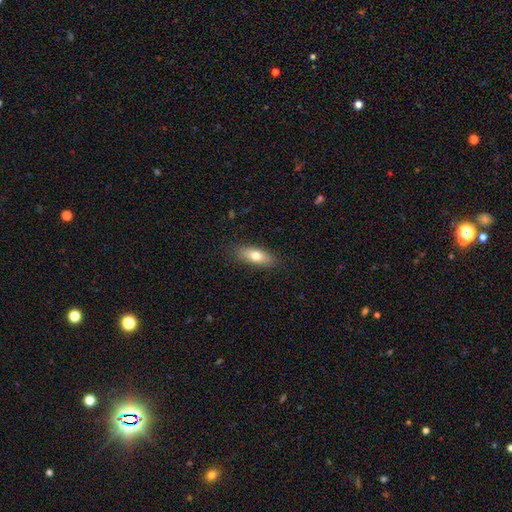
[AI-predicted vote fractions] A smooth galaxy with no disk features (73%) that is in between round and cigar-shaped (70%). Merging: none (86%).